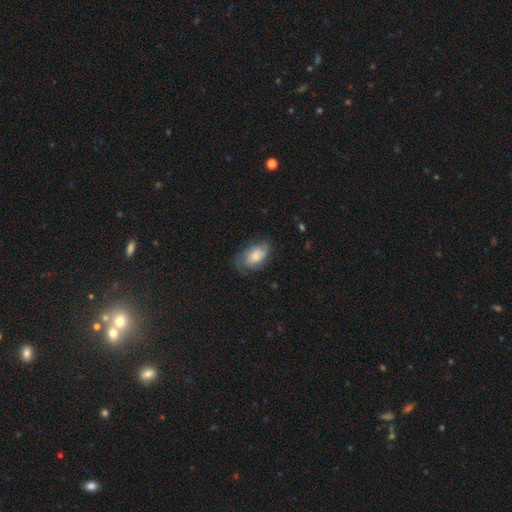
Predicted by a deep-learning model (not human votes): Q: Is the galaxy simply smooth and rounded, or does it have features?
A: smooth — 62%.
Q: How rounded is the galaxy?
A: in between — 90%.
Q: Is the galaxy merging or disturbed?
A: none — 57%.